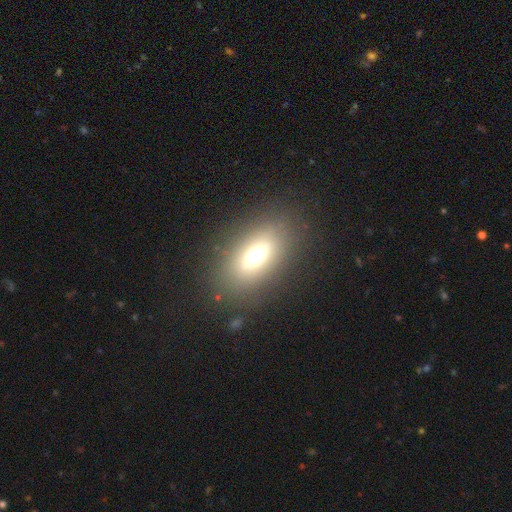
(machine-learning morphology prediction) smooth-or-featured: smooth: 58% | featured or disk: 25% | star or artifact: 17%
  how-rounded: in between: 77% | round: 14% | cigar-shaped: 9%
  merging: none: 83% | minor disturbance: 9% | major disturbance: 6% | merger: 2%